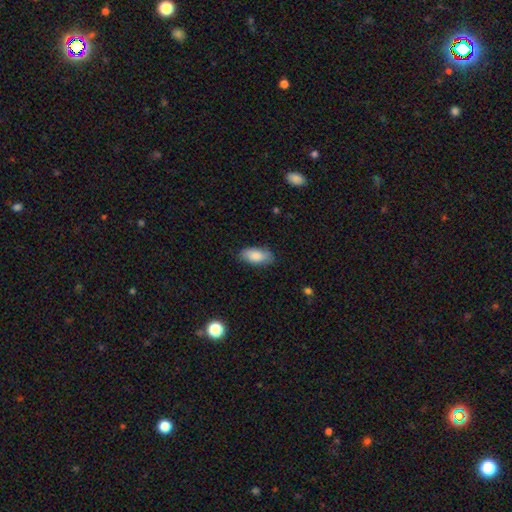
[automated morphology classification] smooth-or-featured: smooth: 86% | featured or disk: 8% | star or artifact: 6%
  how-rounded: in between: 91% | cigar-shaped: 7% | round: 2%
  merging: none: 81% | minor disturbance: 15% | major disturbance: 3% | merger: 1%